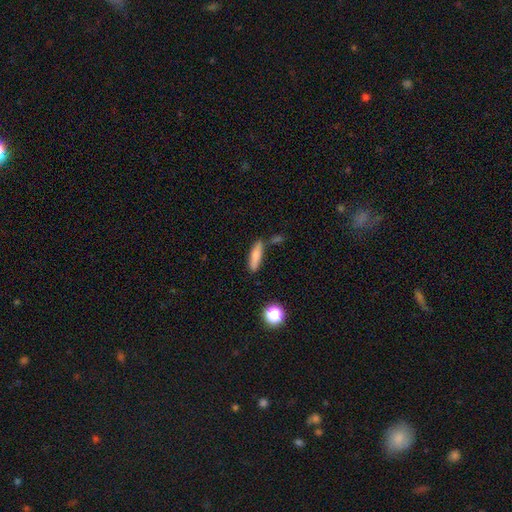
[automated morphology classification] Smooth or featured? smooth (77%)
How rounded? cigar-shaped (69%)
Merging? none (73%)